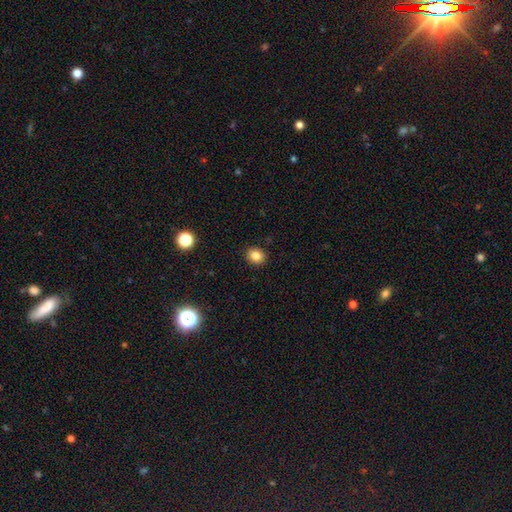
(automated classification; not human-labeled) Smooth or featured? smooth (83%)
How rounded? round (65%)
Merging? none (90%)